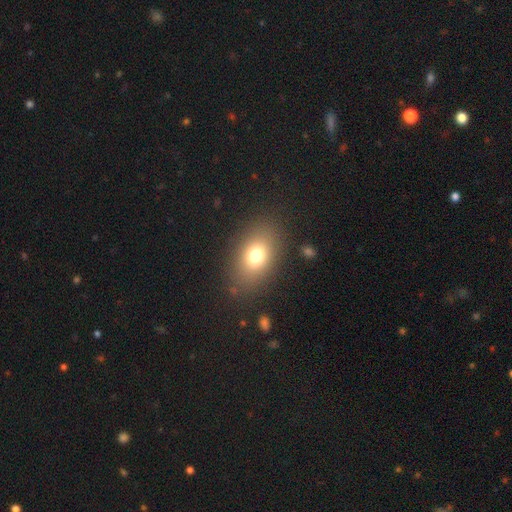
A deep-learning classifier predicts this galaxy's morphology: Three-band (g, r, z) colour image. It shows a smooth galaxy with no disk features (74%) that is in between round and cigar-shaped (78%). Merging: none (83%).